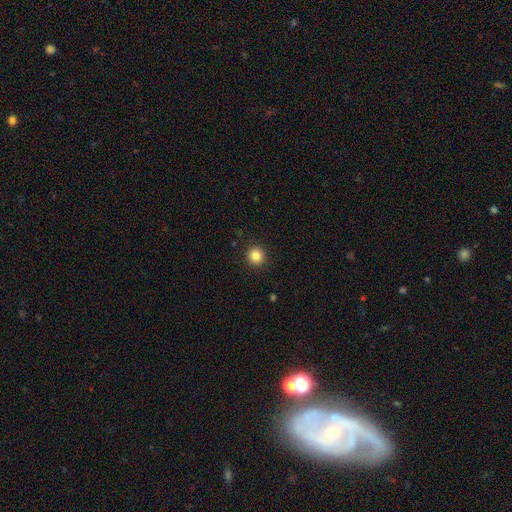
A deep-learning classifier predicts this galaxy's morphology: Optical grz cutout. It shows a smooth galaxy with no disk features (85%) that is round (94%). Merging: none (92%).